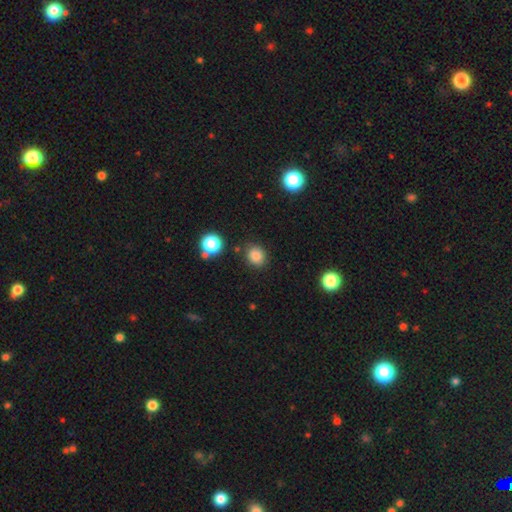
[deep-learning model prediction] The model was most divided on "how rounded": round: 72%, in between: 27%, cigar-shaped: 1%. More confident: merging — none (84%); smooth or featured — smooth (82%).